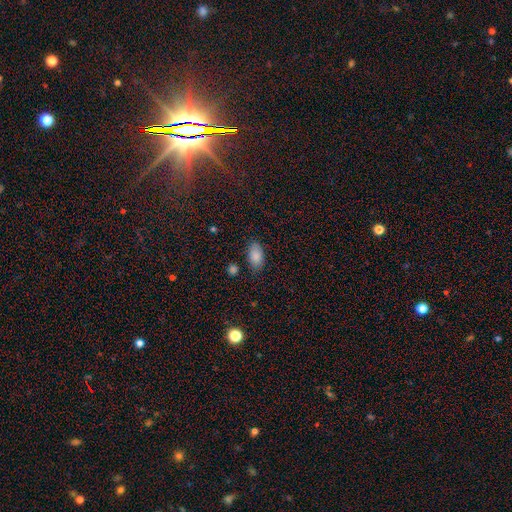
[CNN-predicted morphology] smooth_or_featured: smooth (p=0.86) [alt: star or artifact p=0.09]
how_rounded: in between (p=0.93) [alt: round p=0.04]
merging: none (p=0.78) [alt: minor disturbance p=0.16]